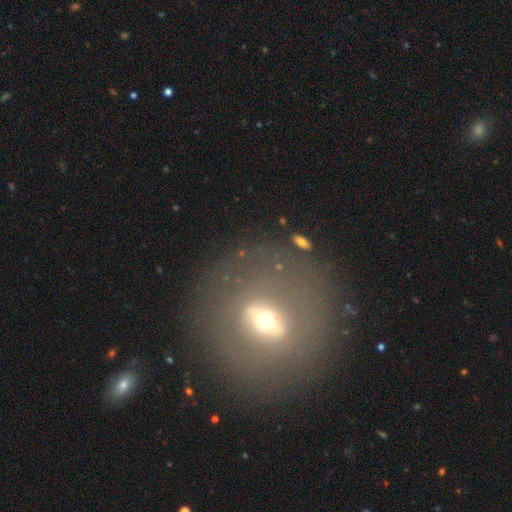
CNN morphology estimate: Smooth or featured: featured or disk — 43% (smooth — 40%)
Merging: none — 82% (minor disturbance — 9%)